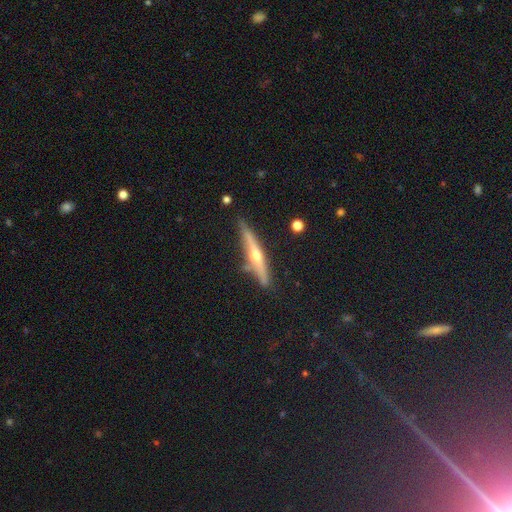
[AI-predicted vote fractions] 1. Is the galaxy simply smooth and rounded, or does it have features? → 73% featured or disk, 21% smooth, 7% star or artifact.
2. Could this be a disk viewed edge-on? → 96% yes, 4% no.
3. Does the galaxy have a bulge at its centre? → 90% rounded, 7% none, 3% boxy.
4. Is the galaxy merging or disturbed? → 82% none, 13% minor disturbance, 3% merger, 2% major disturbance.